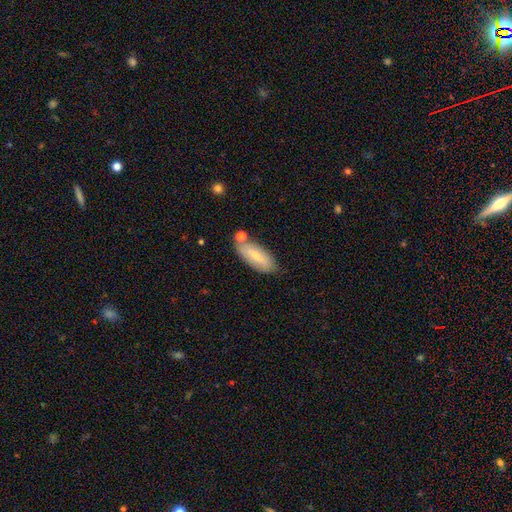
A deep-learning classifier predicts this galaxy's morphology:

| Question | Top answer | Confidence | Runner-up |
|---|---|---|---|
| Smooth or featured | smooth | 69% | featured or disk (25%) |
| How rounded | in between | 76% | cigar-shaped (22%) |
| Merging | none | 73% | minor disturbance (16%) |